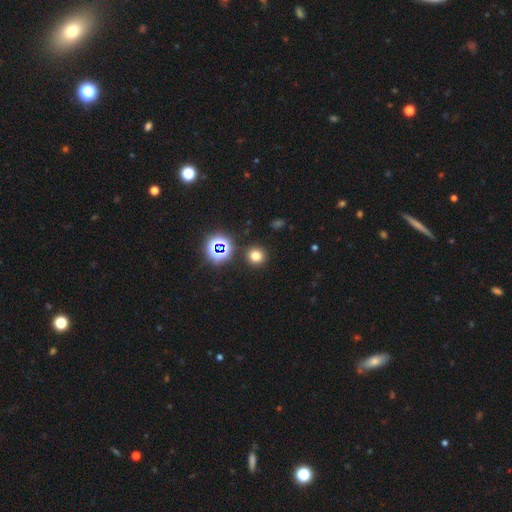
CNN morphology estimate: Smooth or featured? Predicted: smooth (p=0.70). How rounded? Predicted: round (p=0.91). Merging? Predicted: none (p=0.89).